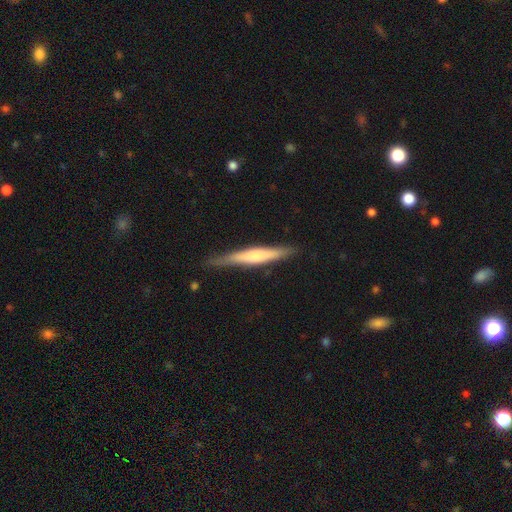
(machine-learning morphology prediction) Smooth or featured? Predicted: featured or disk (p=0.52). Edge-on disk? Predicted: yes (p=0.95). Merging? Predicted: none (p=0.83).